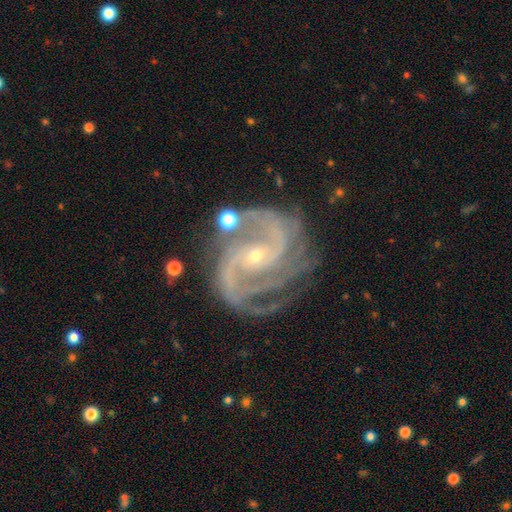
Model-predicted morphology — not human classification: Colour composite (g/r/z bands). It shows a featured or disk galaxy (92%) with no bar (51%), 2 (46%) medium (53%) spiral arms (99%) and a small central bulge (83%). Merging: none (64%).